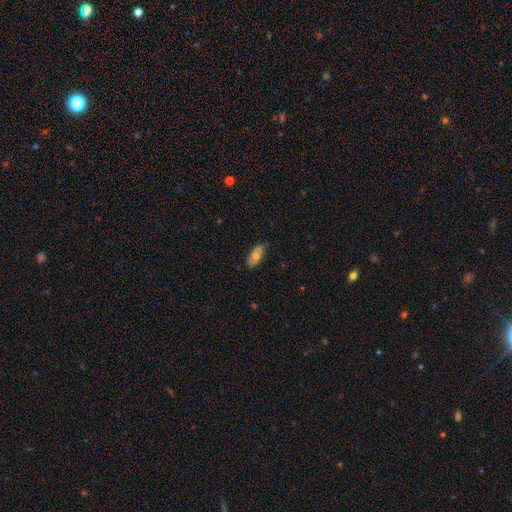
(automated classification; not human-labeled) Overall: smooth (56%; featured or disk 37%). How rounded: in between (89%). Merging: none (80%).